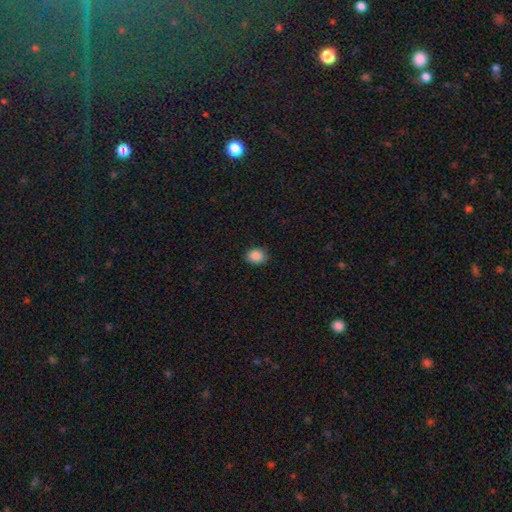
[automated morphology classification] type=smooth (87%); roundness=in between (52%); merging=none (86%).